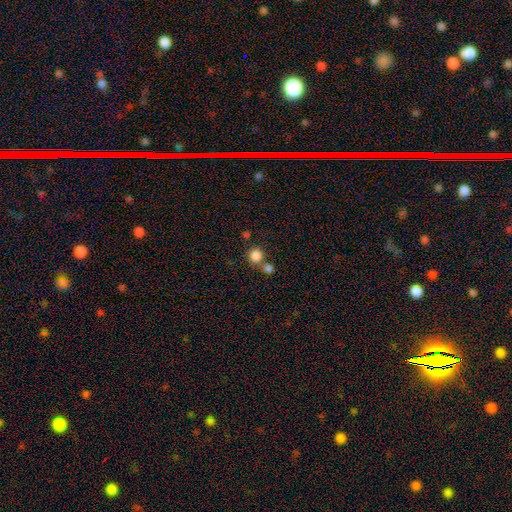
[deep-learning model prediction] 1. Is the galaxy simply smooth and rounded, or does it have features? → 83% smooth, 11% star or artifact, 6% featured or disk.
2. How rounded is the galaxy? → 88% round, 11% in between, 1% cigar-shaped.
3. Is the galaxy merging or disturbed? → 58% none, 29% merger, 9% minor disturbance, 4% major disturbance.